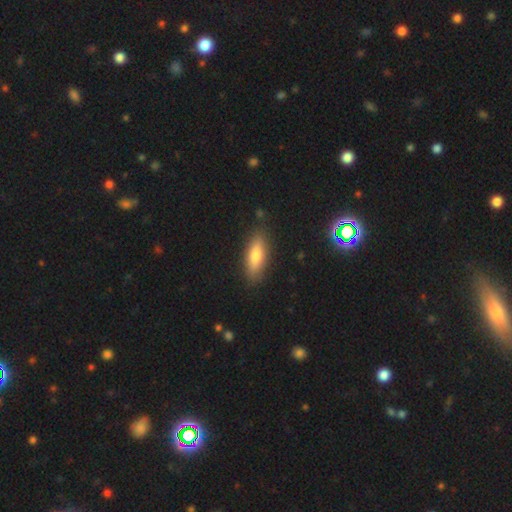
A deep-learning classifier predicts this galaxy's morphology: A smooth galaxy with no disk features (73%) that is in between round and cigar-shaped (61%).

Vote fractions:
- Smooth or featured? smooth: 73% / featured or disk: 20% / star or artifact: 7%
- How rounded? in between: 61% / cigar-shaped: 36% / round: 2%
- Merging? none: 86% / minor disturbance: 10% / major disturbance: 2% / merger: 2%